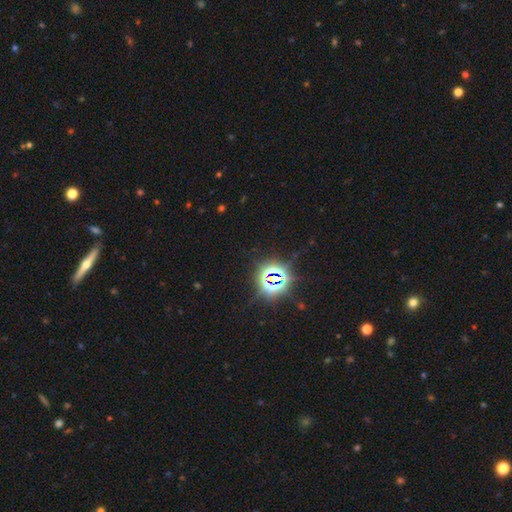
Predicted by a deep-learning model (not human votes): This is clearly a star or artifact rather than a galaxy (80%).